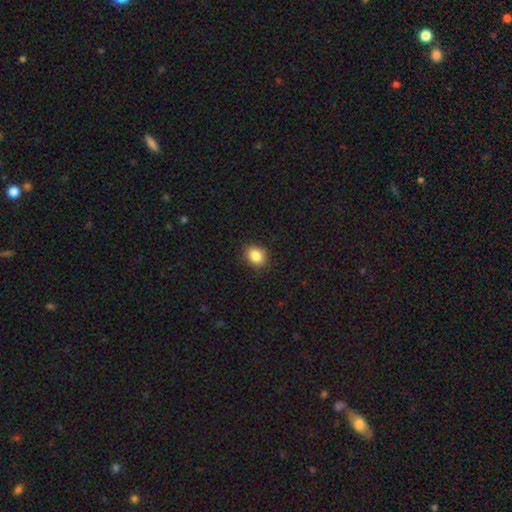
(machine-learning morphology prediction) A smooth galaxy with no disk features (86%) that is round (55%). Merging: none (86%).